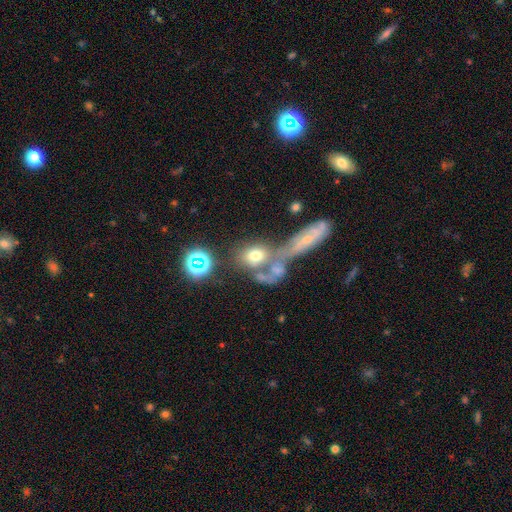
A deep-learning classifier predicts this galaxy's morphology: Overall: smooth (60%; featured or disk 24%). How rounded: in between (55%; round 40%). Merging: merger (44%; none 36%).